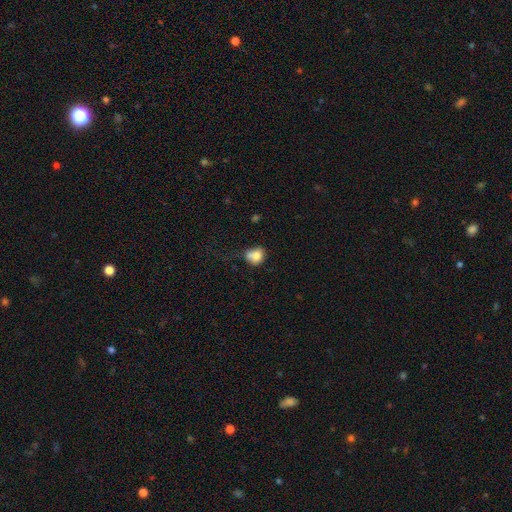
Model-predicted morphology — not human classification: This is likely a smooth galaxy (77%). How rounded: likely round (68%). Merging: marginally none (41%).